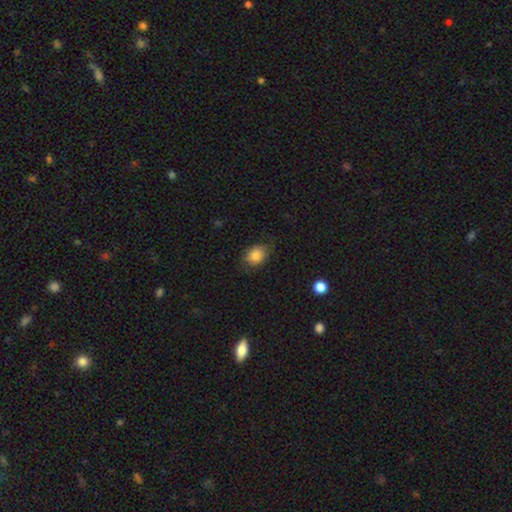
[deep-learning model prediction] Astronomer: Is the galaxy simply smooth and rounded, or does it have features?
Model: smooth — 83%.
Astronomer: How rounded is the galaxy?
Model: in between — 59% (runner-up: round, 40%).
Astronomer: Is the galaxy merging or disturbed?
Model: none — 72%.